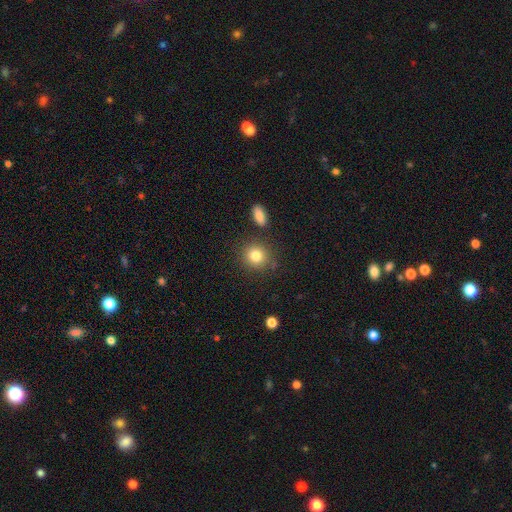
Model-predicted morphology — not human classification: Q: Smooth or featured?
A: smooth (82%); runner-up: star or artifact (10%)
Q: How rounded?
A: round (86%); runner-up: in between (13%)
Q: Merging?
A: none (82%); runner-up: minor disturbance (9%)